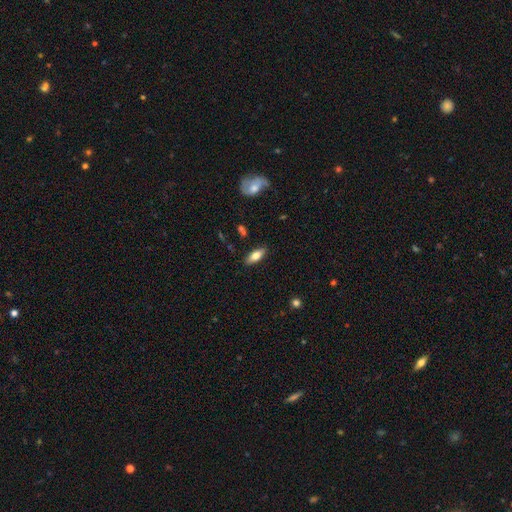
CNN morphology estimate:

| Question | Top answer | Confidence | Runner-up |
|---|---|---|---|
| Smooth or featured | smooth | 72% | featured or disk (22%) |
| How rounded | in between | 77% | cigar-shaped (21%) |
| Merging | none | 86% | minor disturbance (10%) |